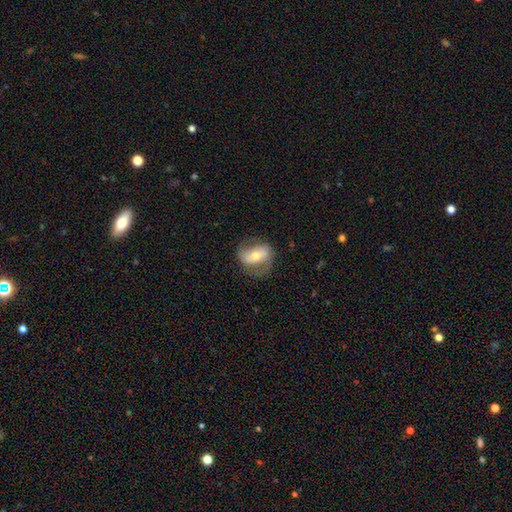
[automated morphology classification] Smooth or featured: featured or disk — 59% (smooth — 33%)
Edge-on disk: no — 94% (yes — 6%)
Bar: strong — 36% (no — 34%)
Spiral arms: yes — 77% (no — 23%)
Bulge size: moderate — 60% (small — 30%)
Merging: none — 66% (minor disturbance — 20%)